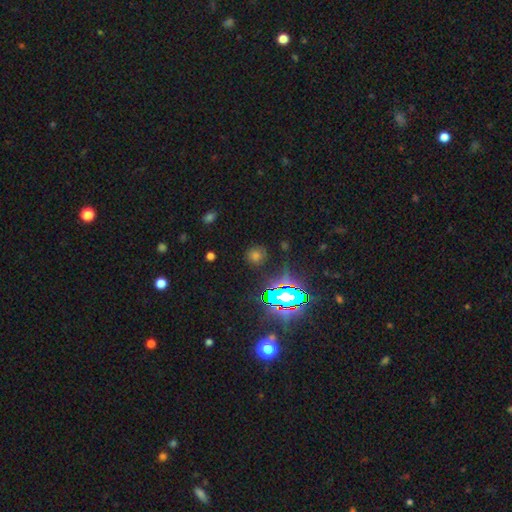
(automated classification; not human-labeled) A smooth galaxy with no disk features (47%). Merging: none (85%).